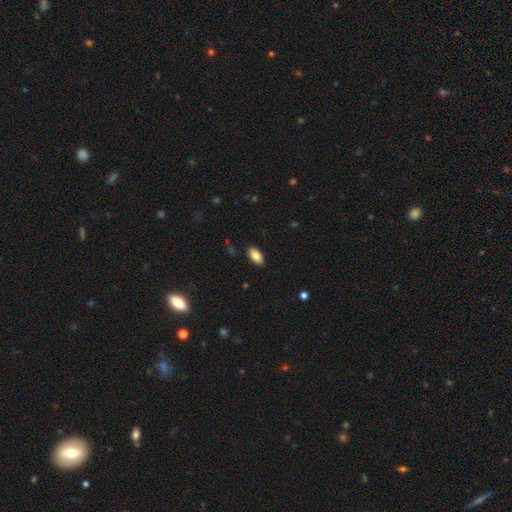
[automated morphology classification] type=smooth (85%); roundness=in between (93%); merging=none (88%).